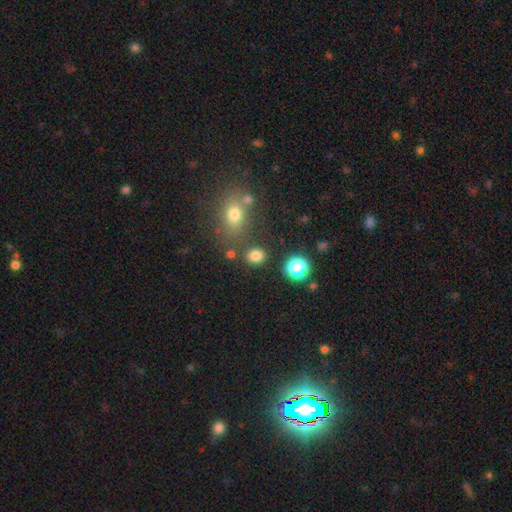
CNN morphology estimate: type=smooth (78%); roundness=round (64%); merging=none (79%).